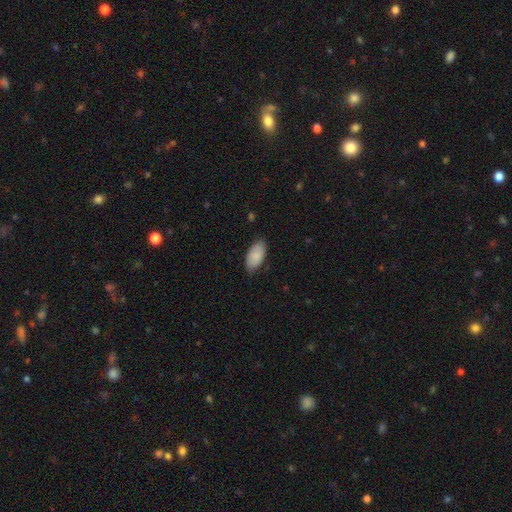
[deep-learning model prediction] Smooth or featured: smooth — 88% (featured or disk — 7%)
How rounded: in between — 94% (cigar-shaped — 4%)
Merging: none — 80% (minor disturbance — 17%)